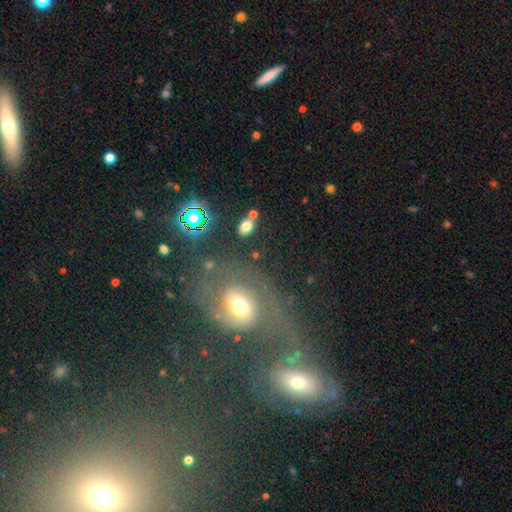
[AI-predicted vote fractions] Q: Smooth or featured?
A: featured or disk (46%); runner-up: smooth (37%)
Q: Merging?
A: none (51%); runner-up: major disturbance (18%)